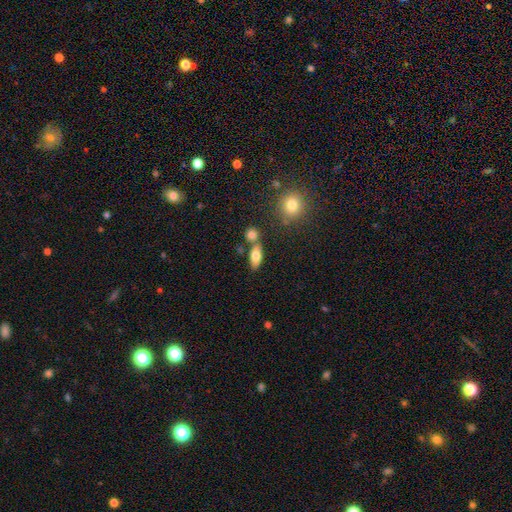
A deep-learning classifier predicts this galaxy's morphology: Overall: smooth (72%). How rounded: in between (75%). Merging: none (67%).